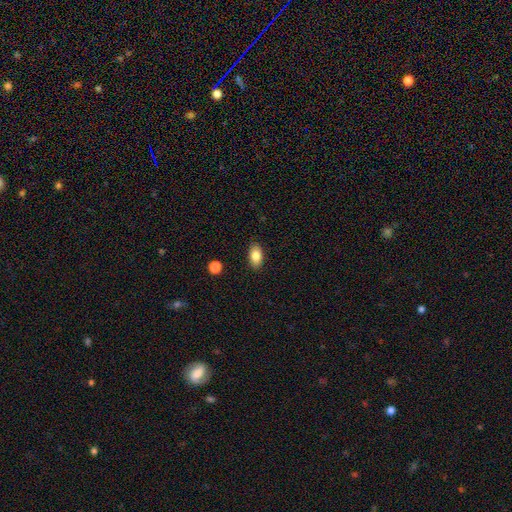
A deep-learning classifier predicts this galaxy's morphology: This appears to be a smooth galaxy with no disk features (83%) that is in between round and cigar-shaped (90%). Merging: none (88%).